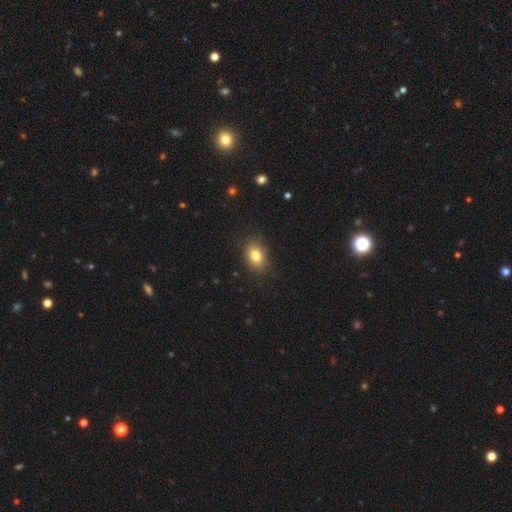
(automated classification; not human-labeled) Smooth or featured? smooth (82%)
How rounded? in between (74%)
Merging? none (85%)